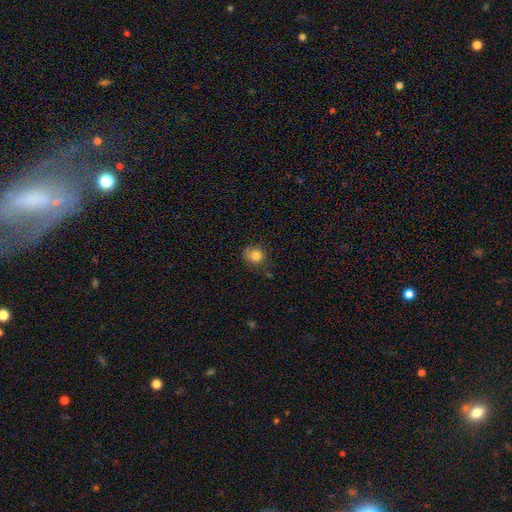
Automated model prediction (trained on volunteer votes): A smooth galaxy with no disk features (81%) that is round (86%).

Vote fractions:
- Smooth or featured? smooth: 81% / star or artifact: 11% / featured or disk: 8%
- How rounded? round: 86% / in between: 13% / cigar-shaped: 1%
- Merging? none: 69% / minor disturbance: 20% / merger: 6% / major disturbance: 5%